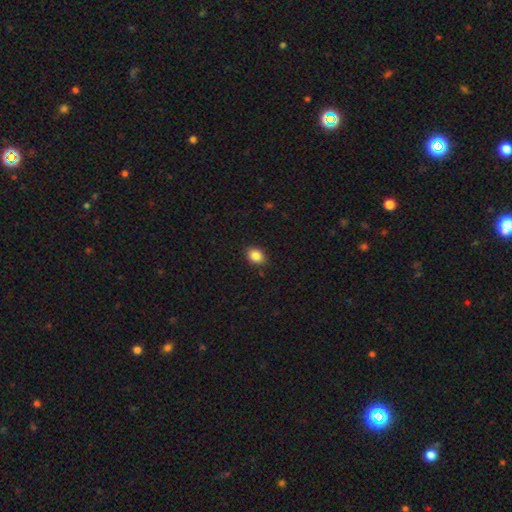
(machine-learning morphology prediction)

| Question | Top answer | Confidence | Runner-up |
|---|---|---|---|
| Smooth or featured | smooth | 87% | star or artifact (9%) |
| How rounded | in between | 65% | round (34%) |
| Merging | none | 88% | minor disturbance (9%) |